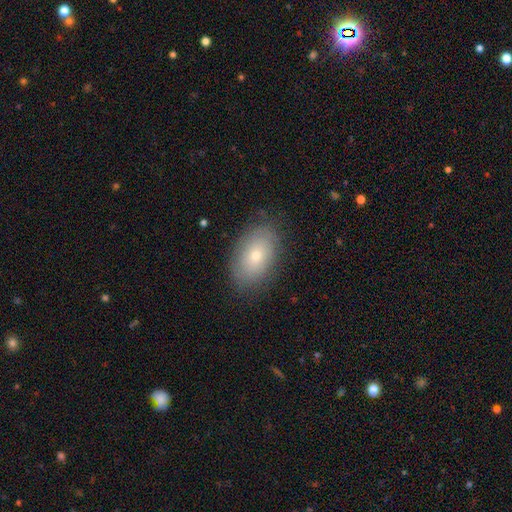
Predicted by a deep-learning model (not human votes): Q: Smooth or featured?
A: smooth (69%); runner-up: featured or disk (23%)
Q: How rounded?
A: in between (91%); runner-up: round (7%)
Q: Merging?
A: none (82%); runner-up: minor disturbance (13%)